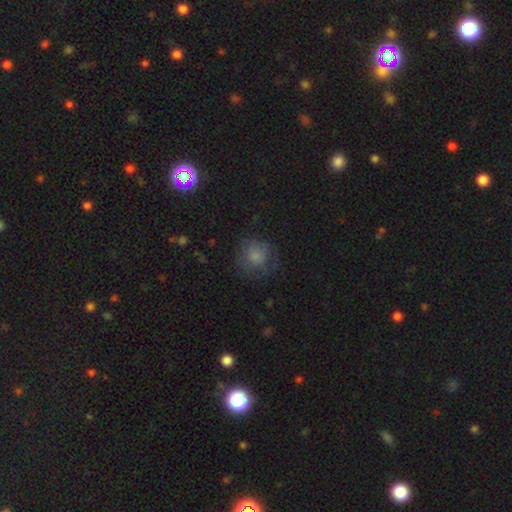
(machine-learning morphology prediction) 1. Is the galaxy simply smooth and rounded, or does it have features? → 70% smooth, 18% featured or disk, 12% star or artifact.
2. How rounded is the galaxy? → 85% round, 14% in between, 1% cigar-shaped.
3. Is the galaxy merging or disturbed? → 63% none, 20% minor disturbance, 16% major disturbance, 1% merger.